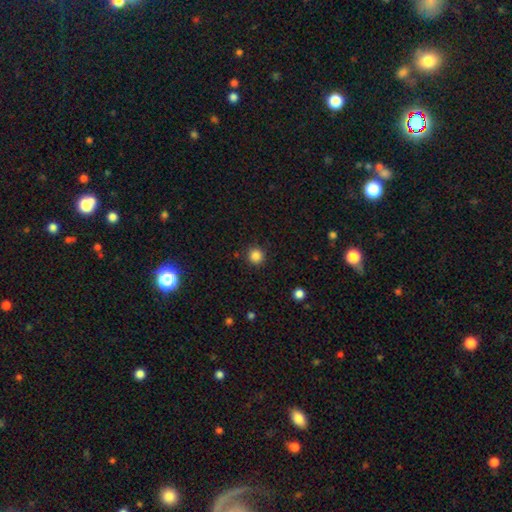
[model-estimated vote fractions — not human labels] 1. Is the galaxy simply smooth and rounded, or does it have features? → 85% smooth, 12% star or artifact, 3% featured or disk.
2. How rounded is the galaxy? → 94% round, 5% in between, 1% cigar-shaped.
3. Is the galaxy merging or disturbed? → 90% none, 6% minor disturbance, 2% major disturbance, 1% merger.